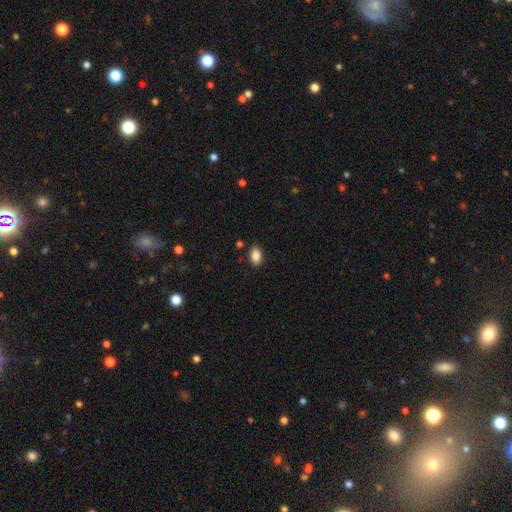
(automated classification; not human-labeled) This appears to be a smooth galaxy with no disk features (87%) that is in between round and cigar-shaped (88%). Merging: none (87%).